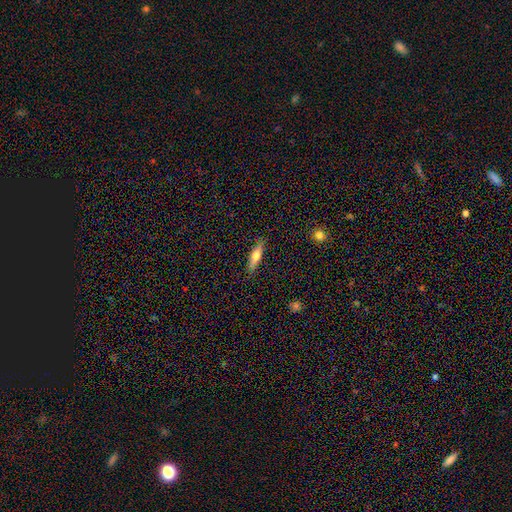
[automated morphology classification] type=smooth (52%); roundness=cigar-shaped (76%); merging=none (89%).